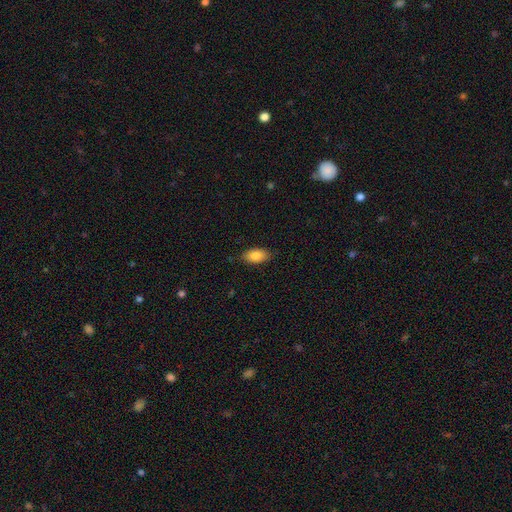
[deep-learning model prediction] A smooth galaxy with no disk features (84%) that is in between round and cigar-shaped (92%).

Vote fractions:
- Smooth or featured? smooth: 84% / featured or disk: 9% / star or artifact: 7%
- How rounded? in between: 92% / round: 5% / cigar-shaped: 3%
- Merging? none: 84% / minor disturbance: 12% / major disturbance: 2% / merger: 1%